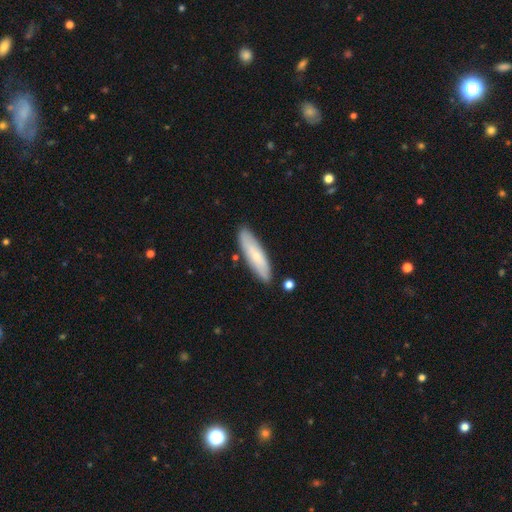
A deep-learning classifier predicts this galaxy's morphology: smooth_or_featured: smooth (p=0.65) [alt: featured or disk p=0.29]
how_rounded: cigar-shaped (p=0.68) [alt: in between p=0.30]
merging: none (p=0.84) [alt: minor disturbance p=0.11]